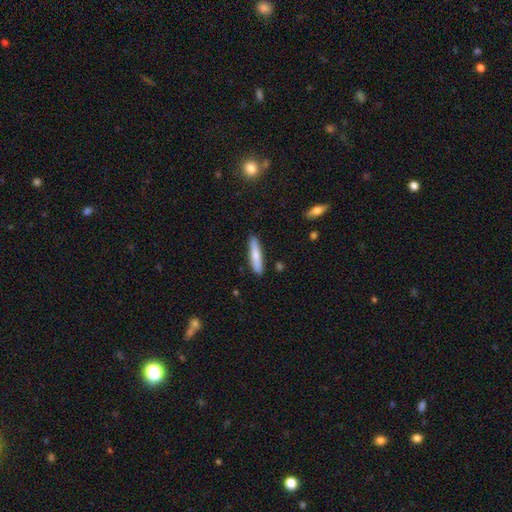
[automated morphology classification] Smooth or featured?
  - smooth: 74% *
  - featured or disk: 21%
  - star or artifact: 5%
How rounded?
  - cigar-shaped: 87% *
  - in between: 12%
  - round: 1%
Merging?
  - none: 87% *
  - minor disturbance: 10%
  - major disturbance: 2%
  - merger: 2%